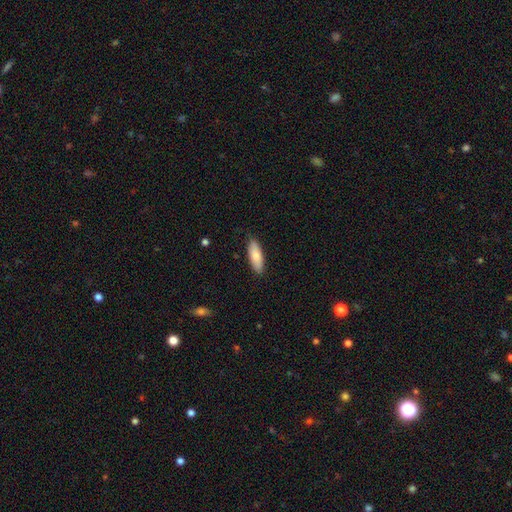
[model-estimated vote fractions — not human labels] Smooth or featured? Predicted: smooth (p=0.82). How rounded? Predicted: in between (p=0.61). Merging? Predicted: none (p=0.86).